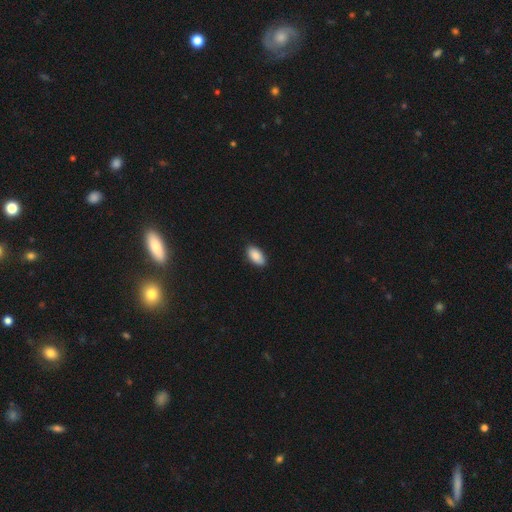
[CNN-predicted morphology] A smooth galaxy with no disk features (89%) that is in between round and cigar-shaped (94%). Merging: none (87%).